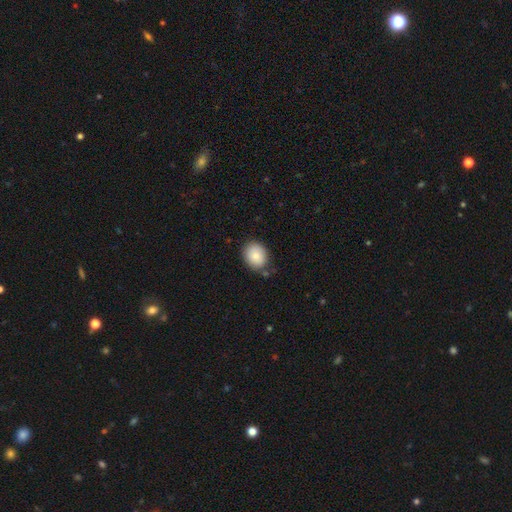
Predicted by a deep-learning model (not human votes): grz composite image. It shows a smooth galaxy with no disk features (84%) that is round (54%). Merging: none (78%).